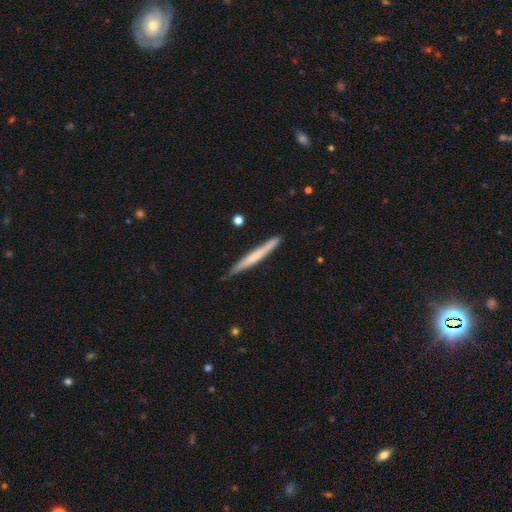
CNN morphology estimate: Smooth or featured? Predicted: smooth (p=0.54). How rounded? Predicted: cigar-shaped (p=0.97). Merging? Predicted: none (p=0.83).